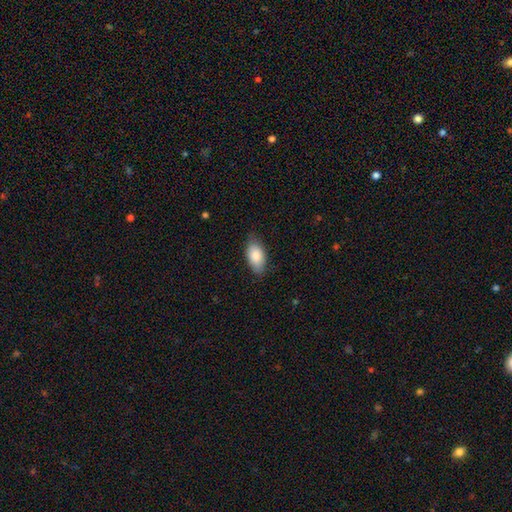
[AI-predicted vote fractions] Q: Smooth or featured?
A: smooth (85%); runner-up: featured or disk (9%)
Q: How rounded?
A: in between (93%); runner-up: cigar-shaped (4%)
Q: Merging?
A: none (77%); runner-up: minor disturbance (18%)